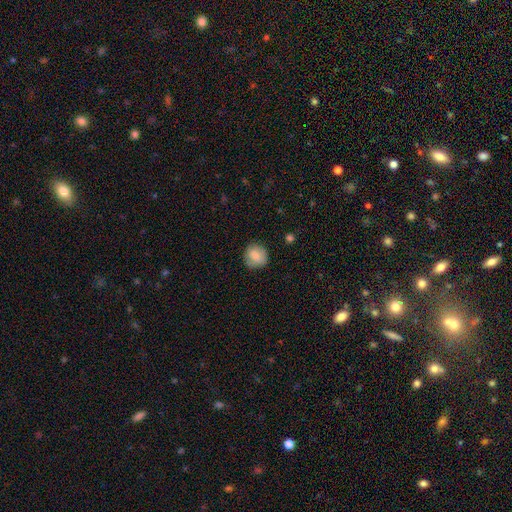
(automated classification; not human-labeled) Overall: smooth (81%). How rounded: round (84%). Merging: none (79%).